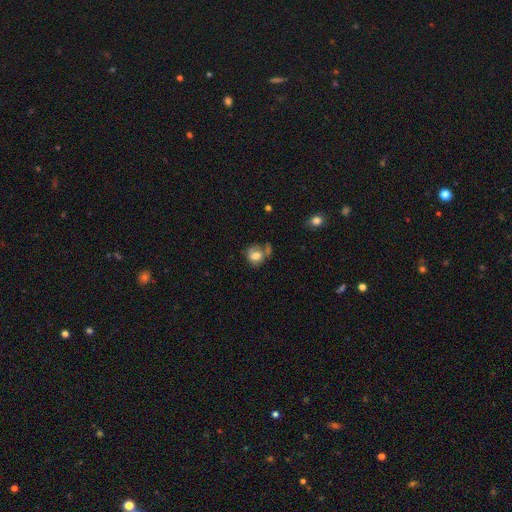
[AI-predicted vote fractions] Overall: smooth (70%). How rounded: round (61%; in between 38%). Merging: none (43%; merger 23%).